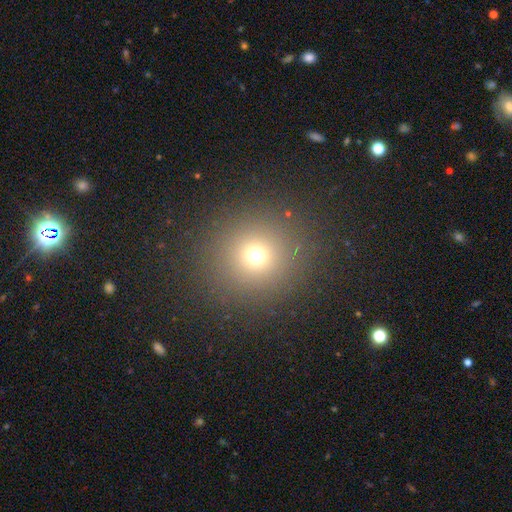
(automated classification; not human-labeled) A smooth galaxy with no disk features (69%) that is round (92%). Merging: none (88%).